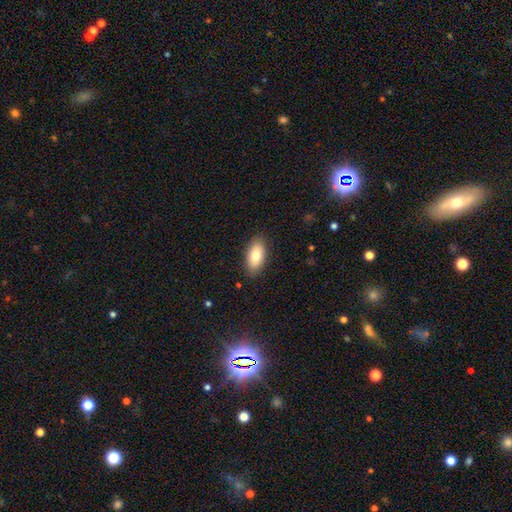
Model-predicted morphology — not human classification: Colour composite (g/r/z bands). It shows a smooth galaxy with no disk features (79%) that is in between round and cigar-shaped (92%). Merging: none (87%).